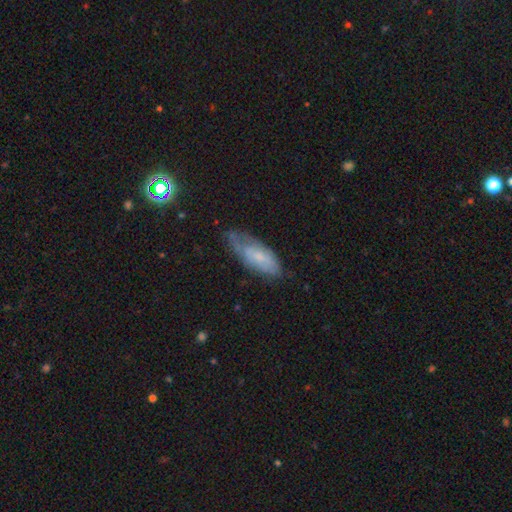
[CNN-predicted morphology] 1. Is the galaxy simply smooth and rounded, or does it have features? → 54% smooth, 37% featured or disk, 9% star or artifact.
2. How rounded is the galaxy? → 73% in between, 25% cigar-shaped, 2% round.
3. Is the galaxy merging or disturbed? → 47% none, 36% minor disturbance, 15% major disturbance, 2% merger.